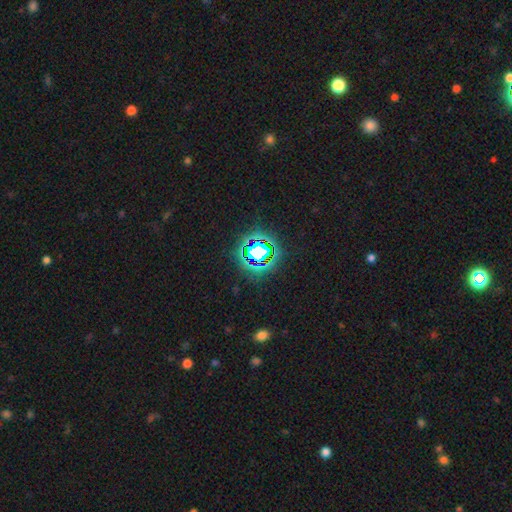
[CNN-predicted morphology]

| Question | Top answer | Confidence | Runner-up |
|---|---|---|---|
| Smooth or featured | star or artifact | 73% | smooth (16%) |